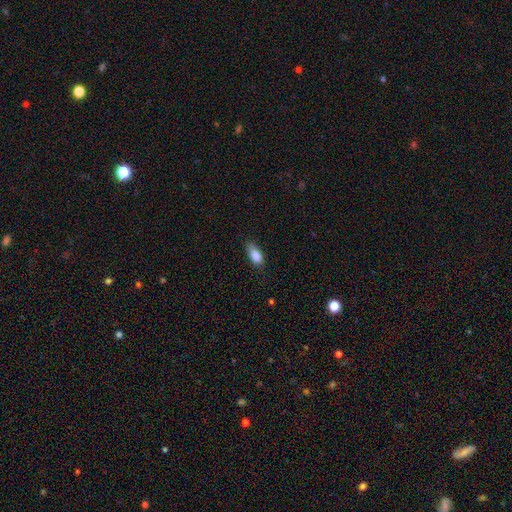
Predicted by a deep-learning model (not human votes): smooth_or_featured: smooth (p=0.85) [alt: featured or disk p=0.08]
how_rounded: in between (p=0.84) [alt: cigar-shaped p=0.12]
merging: none (p=0.65) [alt: minor disturbance p=0.28]